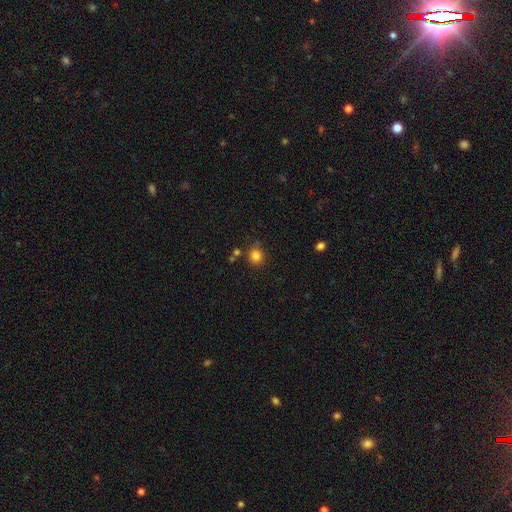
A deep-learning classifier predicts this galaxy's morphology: smooth-or-featured: smooth: 83% | star or artifact: 12% | featured or disk: 5%
  how-rounded: round: 88% | in between: 11% | cigar-shaped: 1%
  merging: none: 82% | minor disturbance: 9% | merger: 6% | major disturbance: 3%